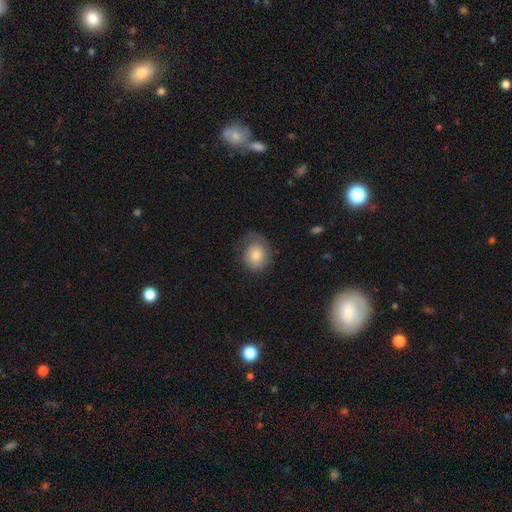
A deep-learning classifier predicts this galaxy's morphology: smooth_or_featured: smooth (p=0.71) [alt: featured or disk p=0.22]
how_rounded: round (p=0.72) [alt: in between p=0.27]
merging: none (p=0.55) [alt: minor disturbance p=0.26]